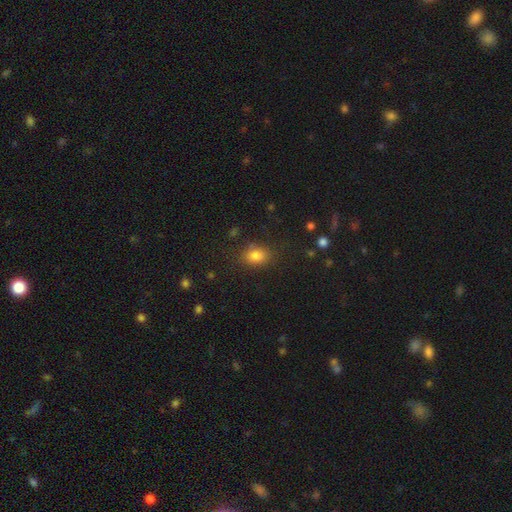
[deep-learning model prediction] This is clearly a smooth galaxy (81%). How rounded: likely in between (66%). Merging: likely none (80%).